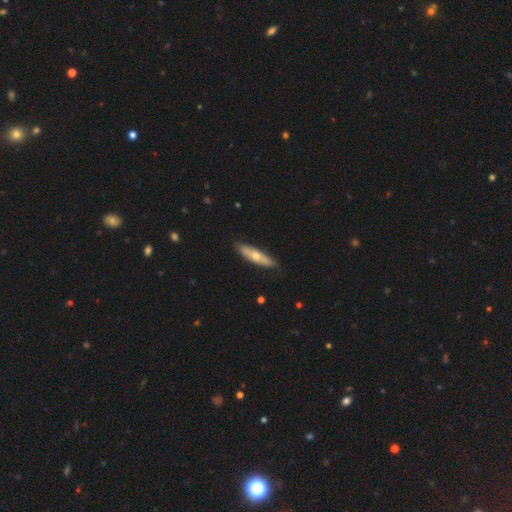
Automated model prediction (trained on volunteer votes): This is possibly a smooth galaxy (54%). How rounded: likely cigar-shaped (71%). Merging: clearly none (88%).